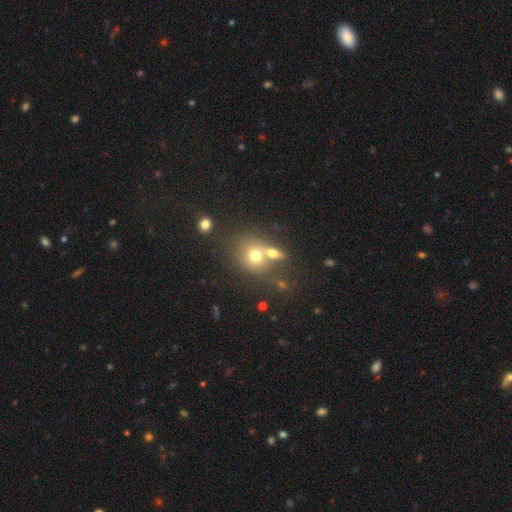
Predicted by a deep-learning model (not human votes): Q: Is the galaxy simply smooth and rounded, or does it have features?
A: smooth — 69%.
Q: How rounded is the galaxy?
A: round — 71%.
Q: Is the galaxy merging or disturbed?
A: merger — 46%.